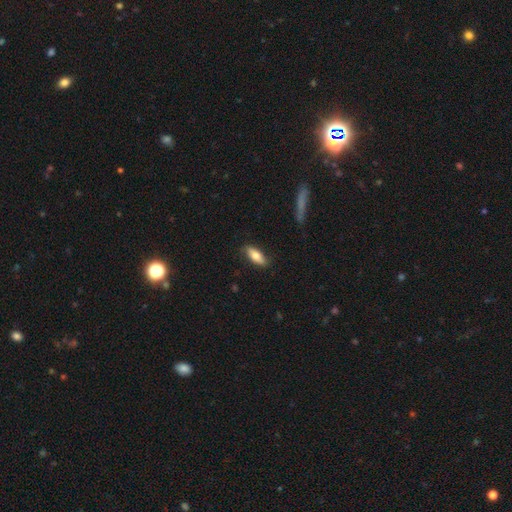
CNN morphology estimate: This appears to be a smooth galaxy with no disk features (71%) that is in between round and cigar-shaped (71%). Merging: none (82%).